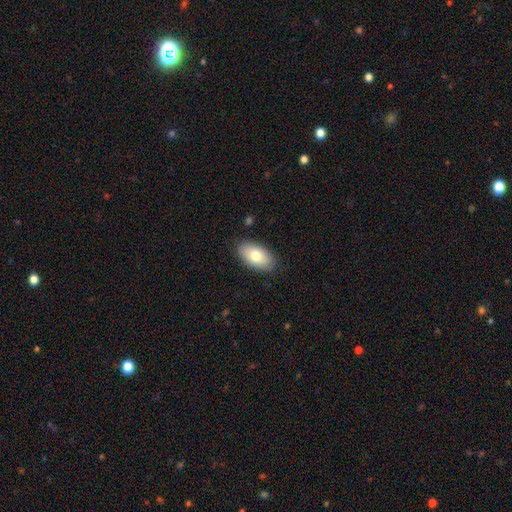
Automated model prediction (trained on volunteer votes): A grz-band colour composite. It shows a smooth galaxy with no disk features (76%) that is in between round and cigar-shaped (94%). Merging: none (87%).